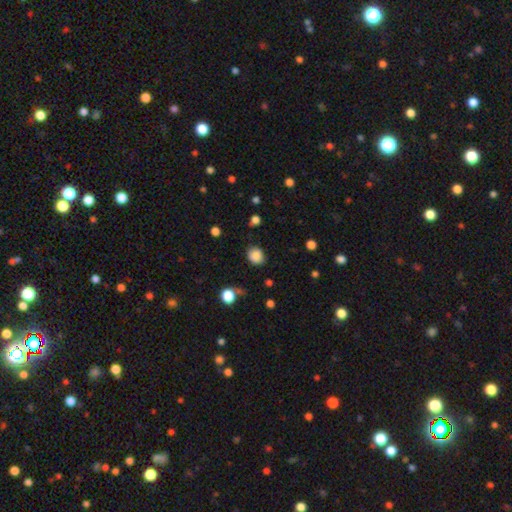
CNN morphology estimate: Overall: smooth (86%). How rounded: round (68%; in between 31%). Merging: none (80%).